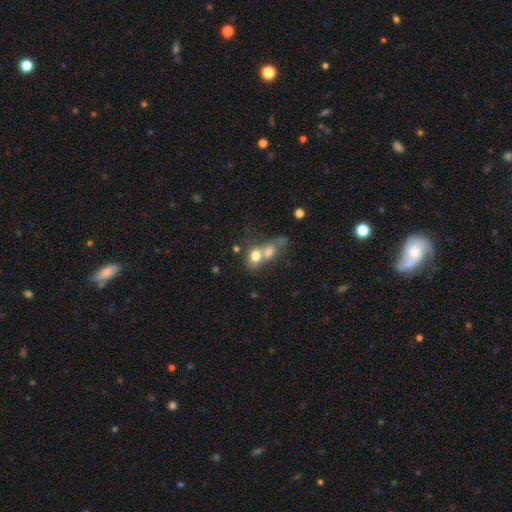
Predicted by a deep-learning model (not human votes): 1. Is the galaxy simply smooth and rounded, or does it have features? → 72% smooth, 18% featured or disk, 10% star or artifact.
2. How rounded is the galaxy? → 57% in between, 39% round, 3% cigar-shaped.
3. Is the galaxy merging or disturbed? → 69% merger, 17% none, 7% major disturbance, 7% minor disturbance.